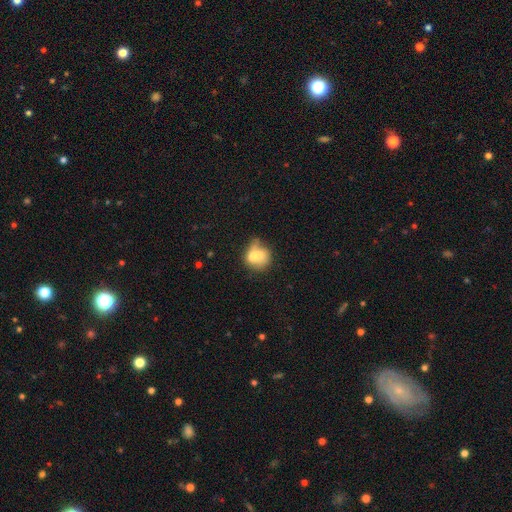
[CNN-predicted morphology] Smooth or featured?
  - smooth: 65% *
  - featured or disk: 25%
  - star or artifact: 10%
How rounded?
  - round: 64% *
  - in between: 35%
  - cigar-shaped: 2%
Merging?
  - merger: 45% *
  - none: 31%
  - minor disturbance: 16%
  - major disturbance: 9%